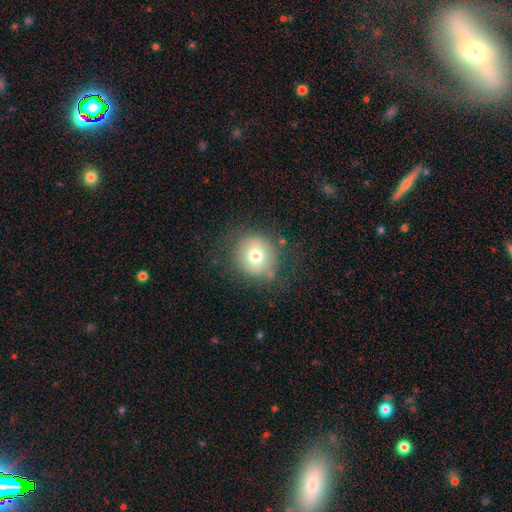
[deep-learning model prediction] Smooth or featured: smooth — 71% (featured or disk — 17%)
How rounded: round — 89% (in between — 10%)
Merging: none — 78% (minor disturbance — 14%)